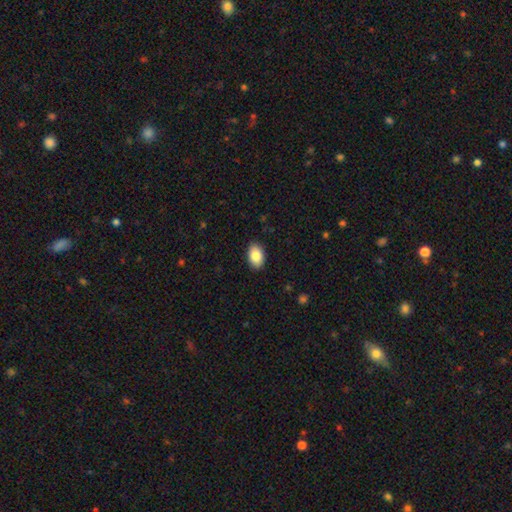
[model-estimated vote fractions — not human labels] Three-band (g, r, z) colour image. It shows a smooth galaxy with no disk features (86%) that is in between round and cigar-shaped (91%). Merging: none (89%).